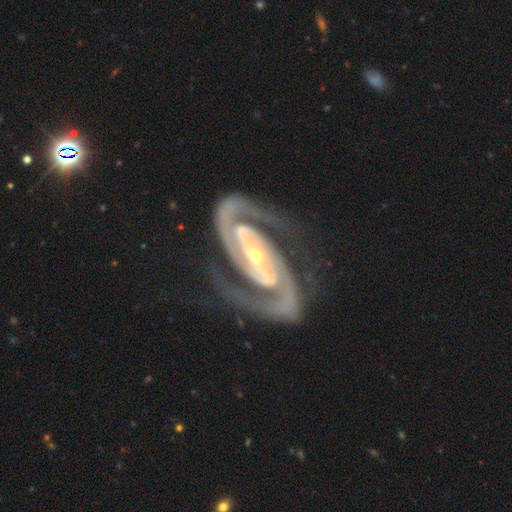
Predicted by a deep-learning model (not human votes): This appears to be a featured or disk galaxy (94%) with a strong bar (49%), 2 (94%) medium (49%) spiral arms (99%) and a small central bulge (66%). Merging: none (78%).